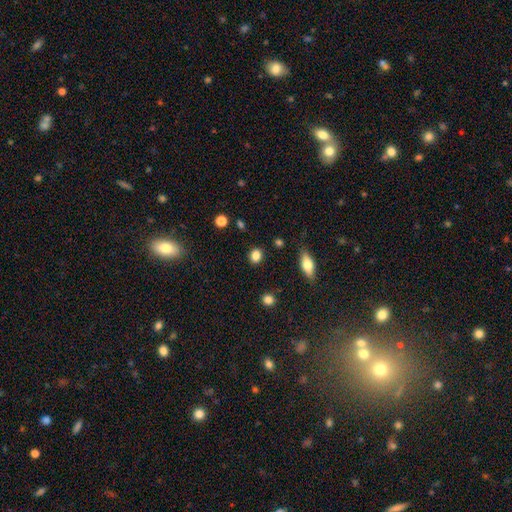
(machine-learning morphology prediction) smooth_or_featured: smooth (p=0.84) [alt: star or artifact p=0.10]
how_rounded: round (p=0.67) [alt: in between p=0.31]
merging: none (p=0.88) [alt: minor disturbance p=0.08]